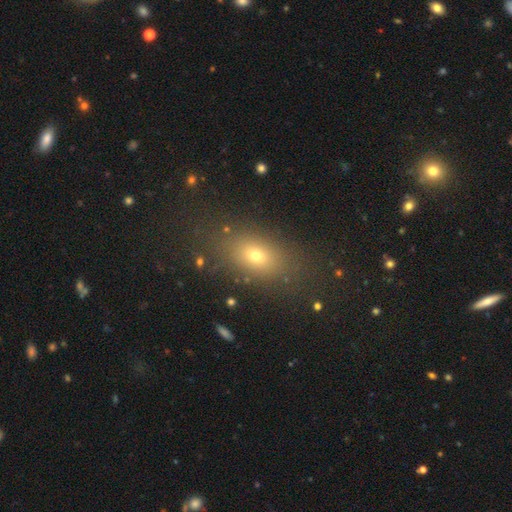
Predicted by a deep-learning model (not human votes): This is likely a smooth galaxy (66%). How rounded: likely in between (71%). Merging: clearly none (83%).